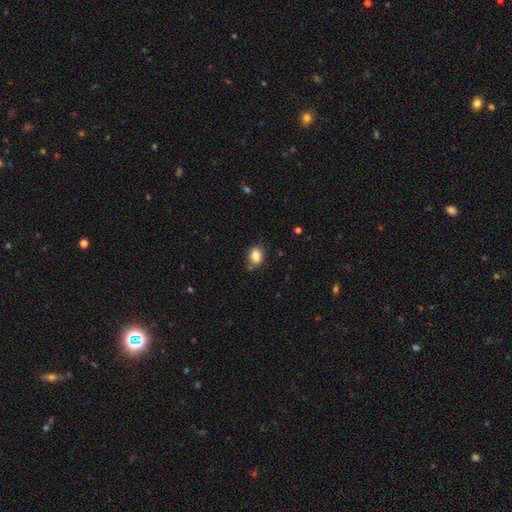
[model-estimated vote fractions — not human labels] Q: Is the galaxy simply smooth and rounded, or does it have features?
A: smooth — 84%.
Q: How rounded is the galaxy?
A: in between — 64%.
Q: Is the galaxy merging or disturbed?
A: none — 77%.